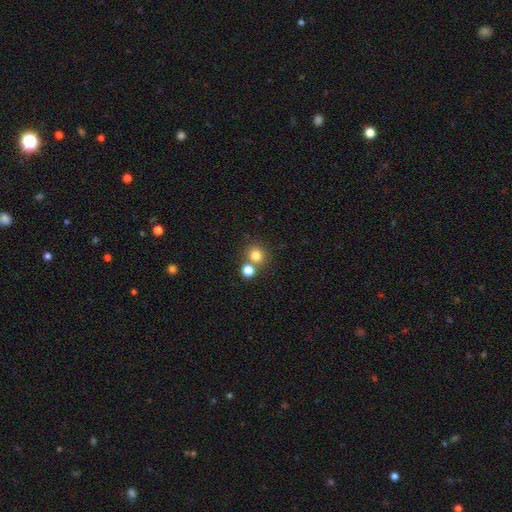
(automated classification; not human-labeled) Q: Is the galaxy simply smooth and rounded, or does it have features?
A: smooth — 79%.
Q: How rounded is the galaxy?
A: round — 90%.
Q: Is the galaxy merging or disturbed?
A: none — 66%.